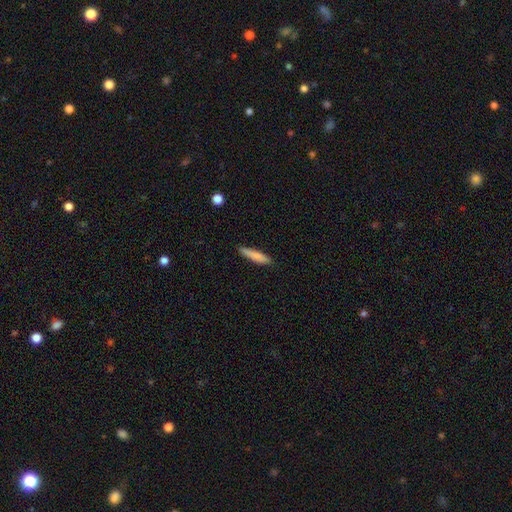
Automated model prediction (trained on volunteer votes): The model was most divided on "smooth or featured": smooth: 81%, featured or disk: 12%, star or artifact: 6%. More confident: how rounded — cigar-shaped (88%); merging — none (85%).